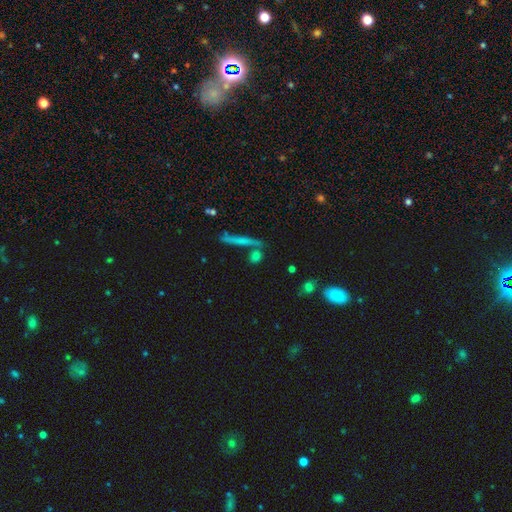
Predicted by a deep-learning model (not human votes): Smooth or featured? smooth (71%)
How rounded? round (45%)
Merging? none (68%)